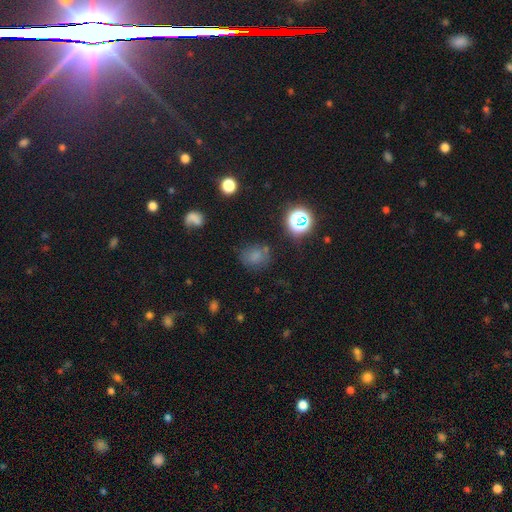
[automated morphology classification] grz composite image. It shows a smooth galaxy with no disk features (69%) that is round (60%). Merging: none (68%).